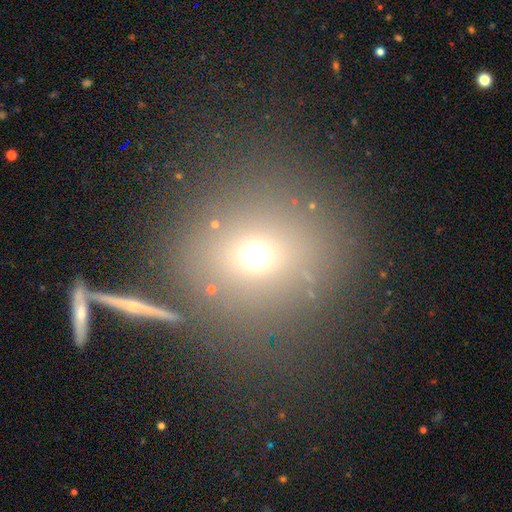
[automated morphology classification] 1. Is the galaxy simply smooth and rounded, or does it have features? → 63% smooth, 24% star or artifact, 13% featured or disk.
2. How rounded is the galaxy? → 86% round, 12% in between, 1% cigar-shaped.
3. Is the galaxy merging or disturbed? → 78% none, 9% minor disturbance, 7% merger, 6% major disturbance.